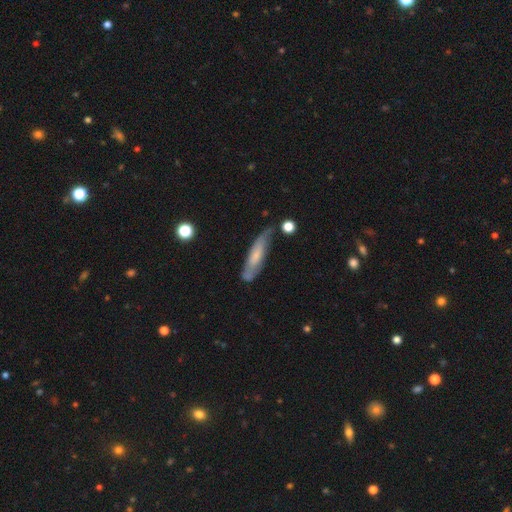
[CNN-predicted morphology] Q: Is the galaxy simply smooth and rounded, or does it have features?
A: smooth — 52%.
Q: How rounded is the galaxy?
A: cigar-shaped — 75%.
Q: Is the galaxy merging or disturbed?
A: none — 57%.